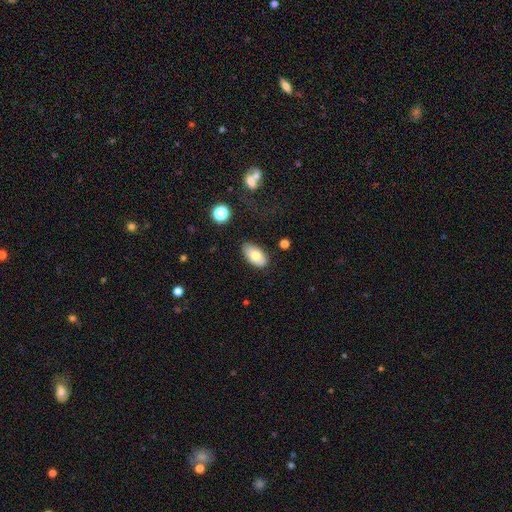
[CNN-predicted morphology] Smooth or featured? smooth (75%)
How rounded? in between (94%)
Merging? none (81%)